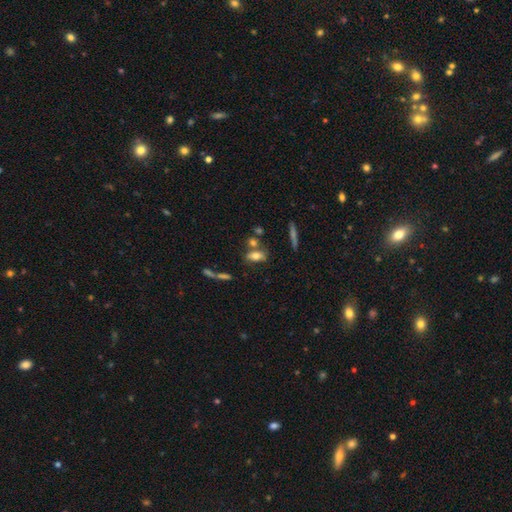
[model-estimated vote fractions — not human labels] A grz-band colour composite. It shows a smooth galaxy with no disk features (68%) that is in between round and cigar-shaped (78%). Merging: none (61%).